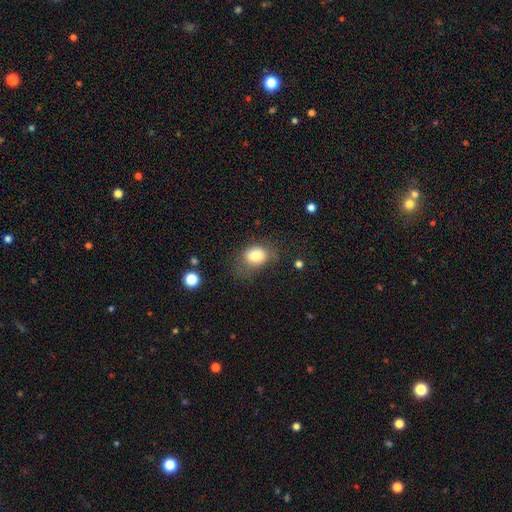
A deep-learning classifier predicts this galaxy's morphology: Smooth or featured?
  - smooth: 80% *
  - featured or disk: 11%
  - star or artifact: 9%
How rounded?
  - in between: 59% *
  - round: 40%
  - cigar-shaped: 1%
Merging?
  - none: 52% *
  - minor disturbance: 28%
  - major disturbance: 17%
  - merger: 2%